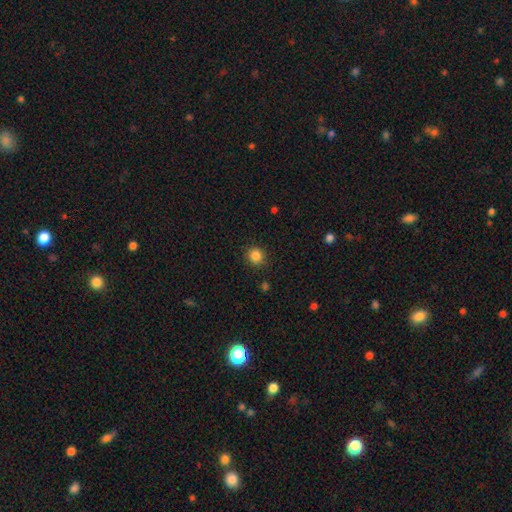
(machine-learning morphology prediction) Q: Smooth or featured?
A: smooth (85%); runner-up: star or artifact (11%)
Q: How rounded?
A: round (89%); runner-up: in between (10%)
Q: Merging?
A: none (88%); runner-up: minor disturbance (8%)